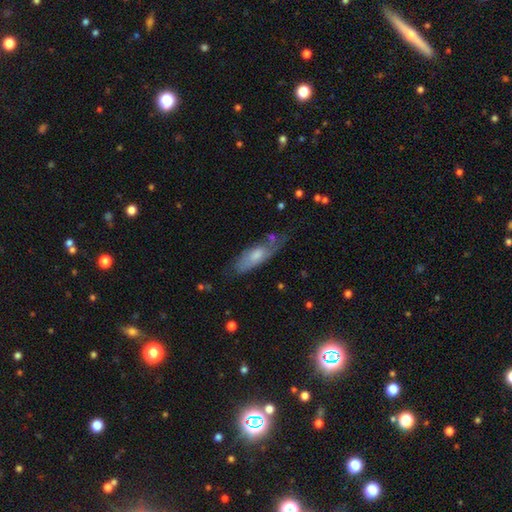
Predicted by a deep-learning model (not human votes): Q: Smooth or featured?
A: smooth (56%); runner-up: featured or disk (38%)
Q: How rounded?
A: in between (62%); runner-up: cigar-shaped (36%)
Q: Merging?
A: none (46%); runner-up: minor disturbance (32%)